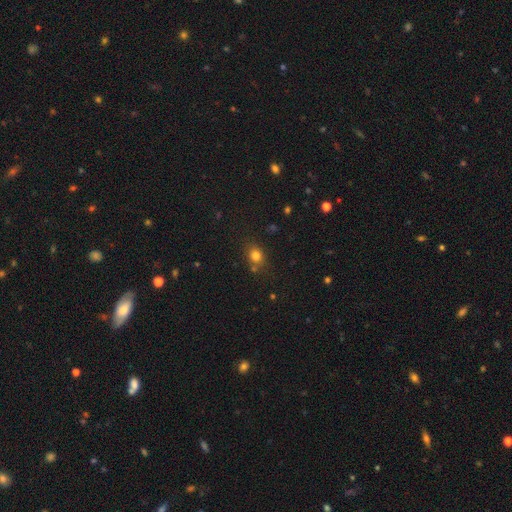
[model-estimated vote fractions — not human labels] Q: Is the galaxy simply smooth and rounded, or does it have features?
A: smooth — 78%.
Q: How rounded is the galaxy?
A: round — 62%.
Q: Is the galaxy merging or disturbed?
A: none — 74%.